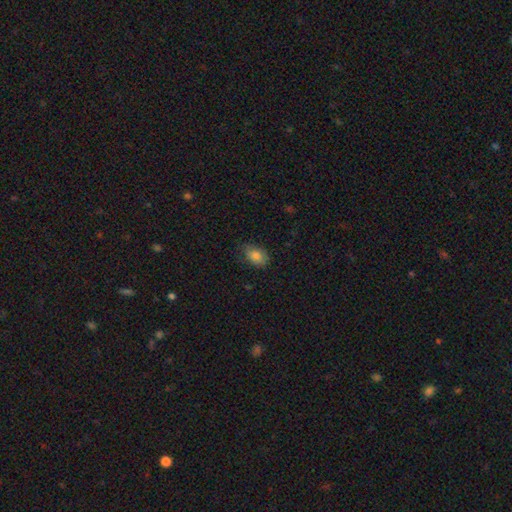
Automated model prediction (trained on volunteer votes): smooth 84%, star or artifact 9%, featured or disk 7%. Down the decision tree: how rounded — in between (85%); merging — none (72%).